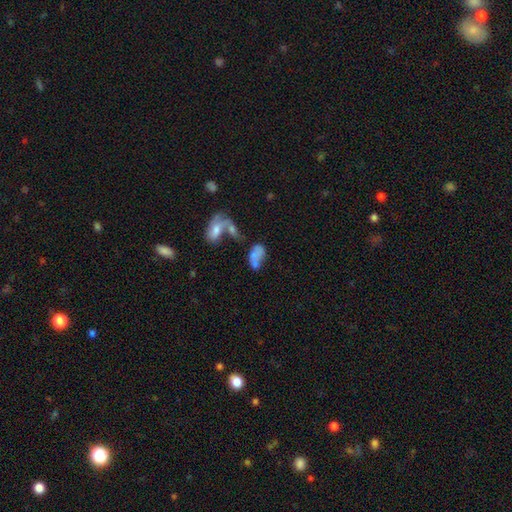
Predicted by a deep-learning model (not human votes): smooth-or-featured: smooth: 58% | featured or disk: 30% | star or artifact: 13%
  how-rounded: in between: 87% | round: 9% | cigar-shaped: 4%
  merging: merger: 52% | none: 20% | major disturbance: 16% | minor disturbance: 12%